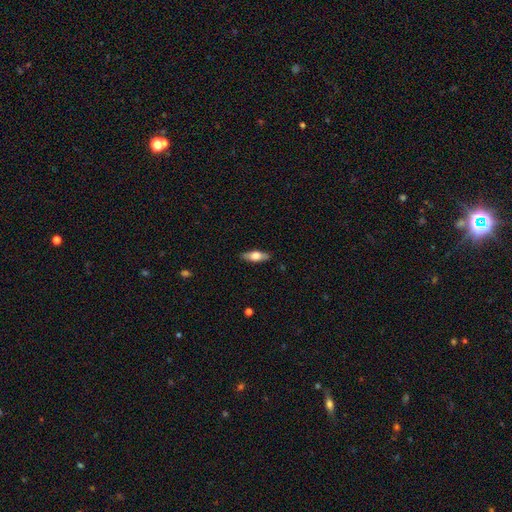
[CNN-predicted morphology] Smooth or featured: smooth — 61% (featured or disk — 33%)
How rounded: in between — 67% (cigar-shaped — 30%)
Merging: none — 87% (minor disturbance — 10%)